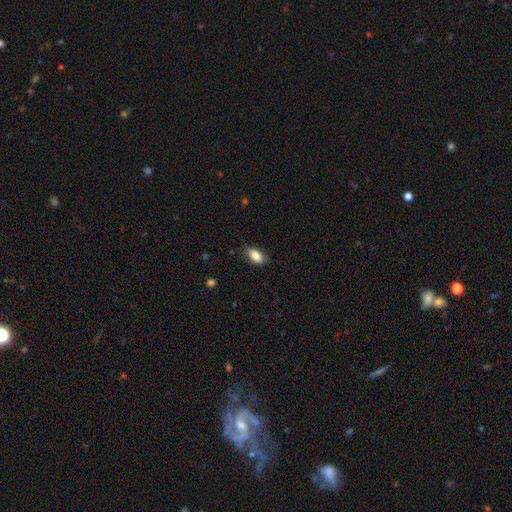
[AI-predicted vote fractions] Overall: smooth (84%). How rounded: in between (88%). Merging: none (76%).